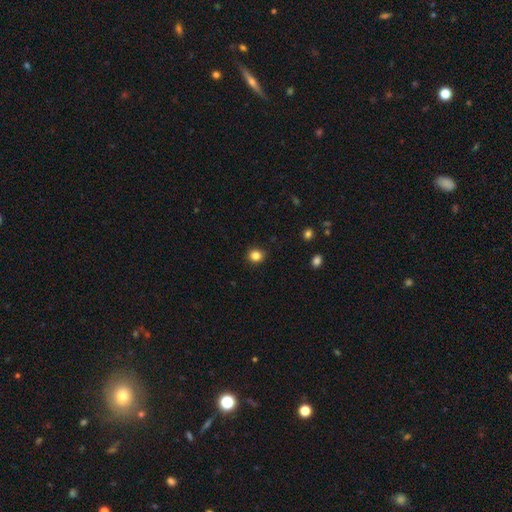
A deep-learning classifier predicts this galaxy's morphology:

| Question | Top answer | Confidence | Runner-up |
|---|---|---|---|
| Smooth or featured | smooth | 84% | star or artifact (11%) |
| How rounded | round | 85% | in between (14%) |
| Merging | none | 90% | minor disturbance (7%) |